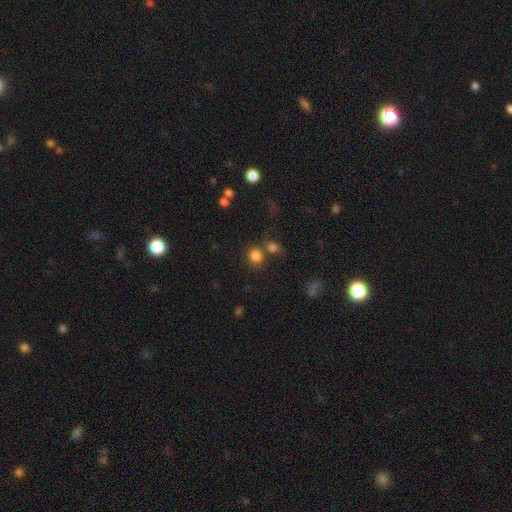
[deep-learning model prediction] The model was most divided on "merging": none: 62%, merger: 24%, minor disturbance: 10%, major disturbance: 5%. More confident: smooth or featured — smooth (81%); how rounded — round (76%).